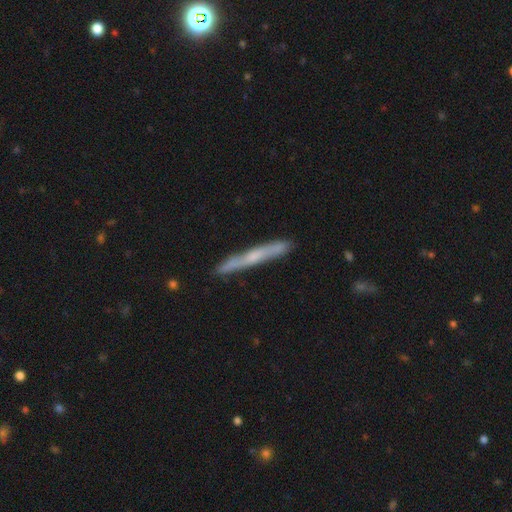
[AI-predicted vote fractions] featured or disk 53%, smooth 41%, star or artifact 6%. Down the decision tree: edge-on disk — yes (93%); merging — none (87%).